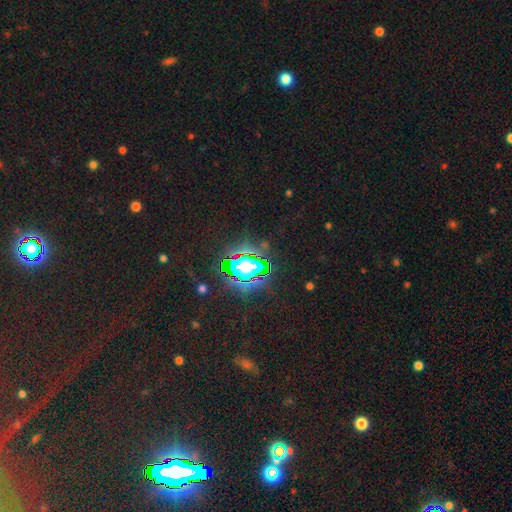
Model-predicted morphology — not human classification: Smooth or featured?
  - star or artifact: 82% *
  - smooth: 10%
  - featured or disk: 8%